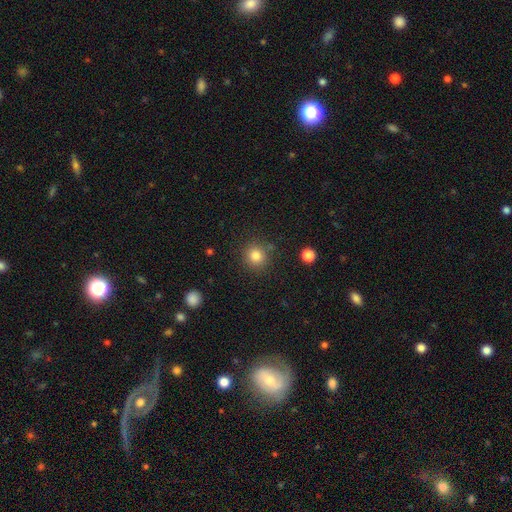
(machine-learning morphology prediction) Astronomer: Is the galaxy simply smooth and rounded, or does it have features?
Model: smooth — 83%.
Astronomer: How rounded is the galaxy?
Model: round — 90%.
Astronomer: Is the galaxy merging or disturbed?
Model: none — 84%.